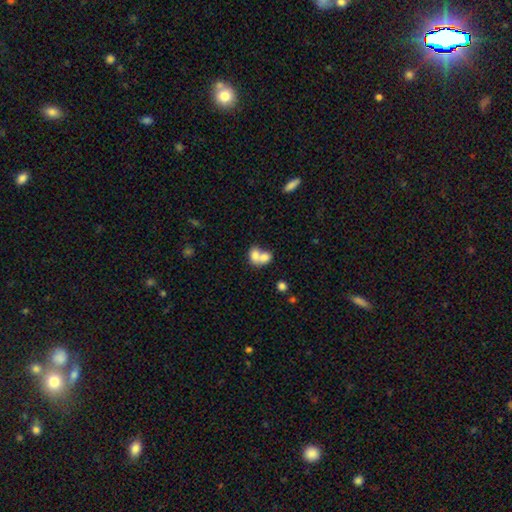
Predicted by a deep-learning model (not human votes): smooth_or_featured: smooth (p=0.73) [alt: featured or disk p=0.19]
how_rounded: in between (p=0.65) [alt: round p=0.34]
merging: merger (p=0.75) [alt: none p=0.17]